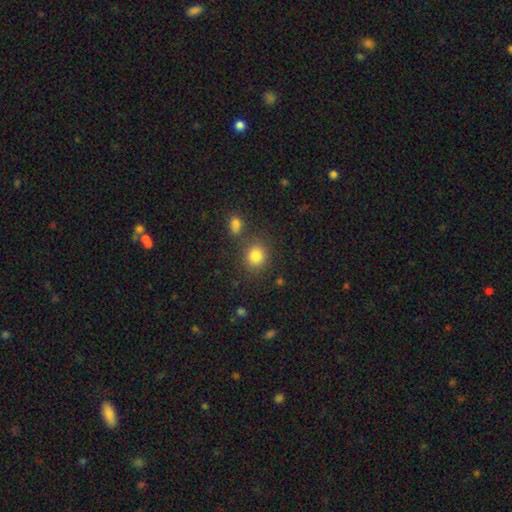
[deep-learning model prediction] This appears to be a smooth galaxy with no disk features (82%) that is round (81%). Merging: none (77%).